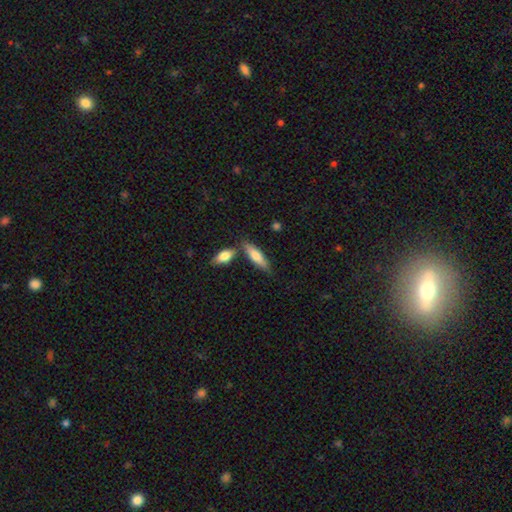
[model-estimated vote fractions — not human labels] This is likely a smooth galaxy (70%). How rounded: likely cigar-shaped (61%). Merging: likely none (67%).